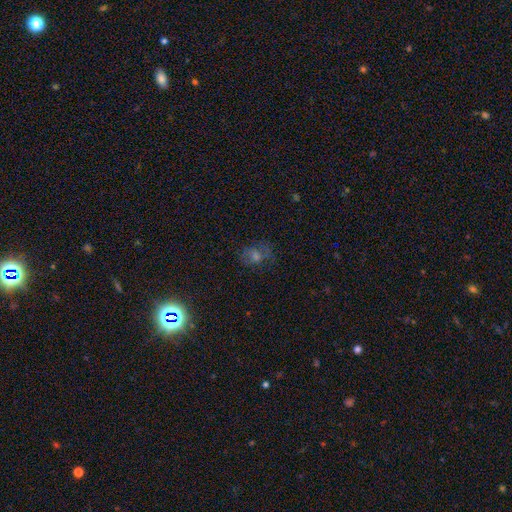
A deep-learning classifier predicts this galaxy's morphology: Smooth or featured: star or artifact — 39% (smooth — 38%)